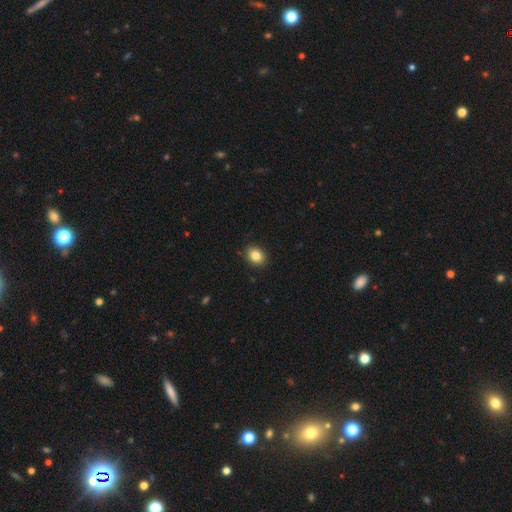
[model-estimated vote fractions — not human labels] smooth 84%, star or artifact 9%, featured or disk 6%. Down the decision tree: how rounded — in between (57%); merging — none (90%).